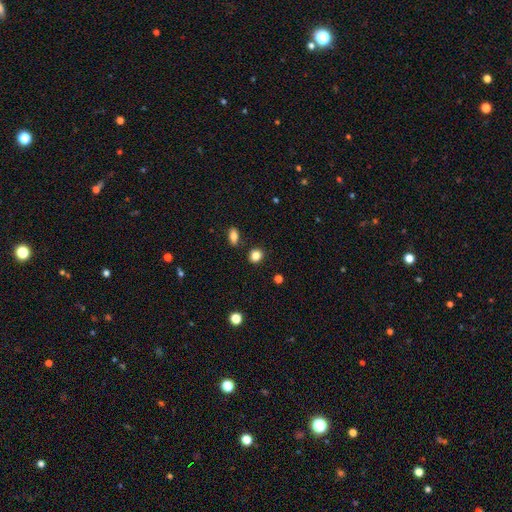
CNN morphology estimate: Smooth or featured? smooth (85%)
How rounded? round (72%)
Merging? none (86%)